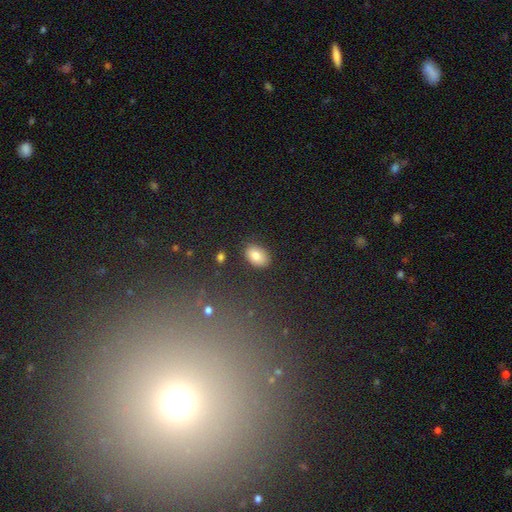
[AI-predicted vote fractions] A smooth galaxy with no disk features (81%) that is in between round and cigar-shaped (85%). Merging: none (85%).